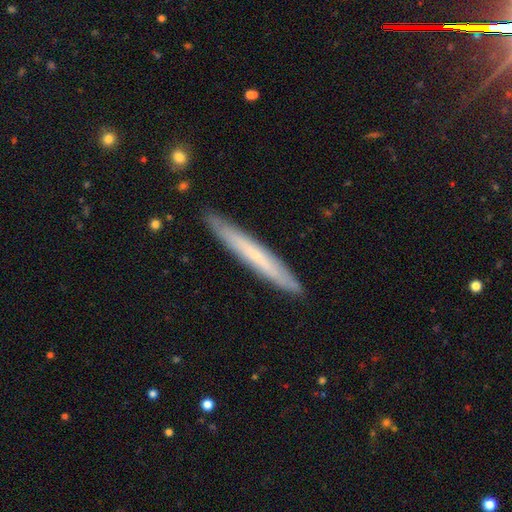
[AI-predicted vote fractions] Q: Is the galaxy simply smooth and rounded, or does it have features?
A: smooth — 51%.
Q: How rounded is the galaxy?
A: cigar-shaped — 97%.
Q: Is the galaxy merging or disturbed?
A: none — 89%.